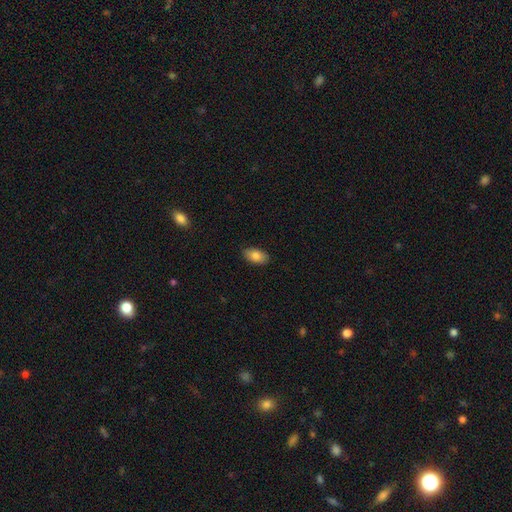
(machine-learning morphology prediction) Smooth or featured?
  - smooth: 83% *
  - featured or disk: 10%
  - star or artifact: 7%
How rounded?
  - in between: 94% *
  - round: 4%
  - cigar-shaped: 2%
Merging?
  - none: 88% *
  - minor disturbance: 10%
  - major disturbance: 2%
  - merger: 1%